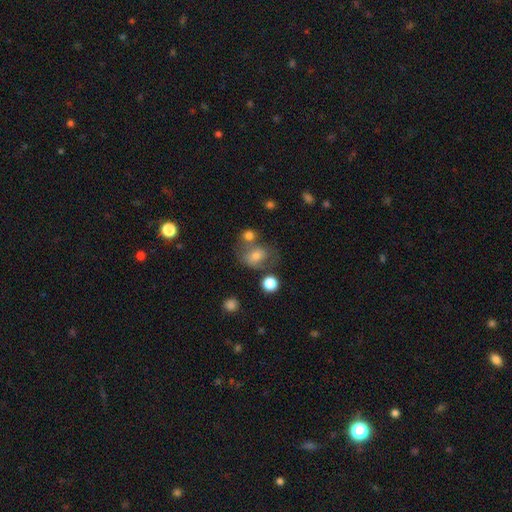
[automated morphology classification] A smooth galaxy with no disk features (65%) that is round (61%). Merging: none (50%).